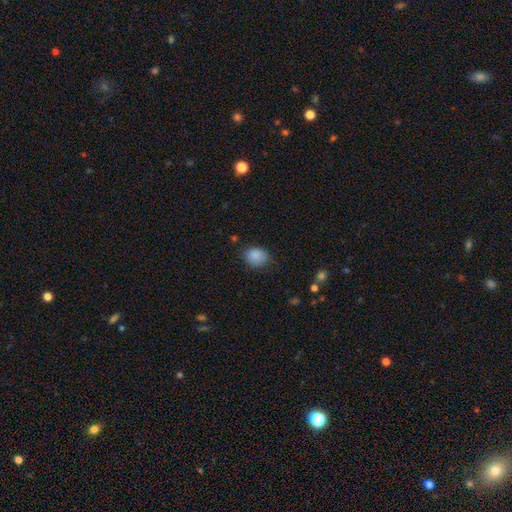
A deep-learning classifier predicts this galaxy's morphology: A smooth galaxy with no disk features (87%) that is round (57%). Merging: none (72%).